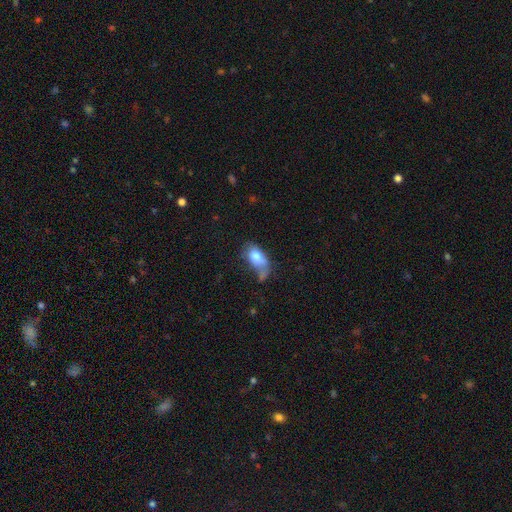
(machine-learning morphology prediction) This is likely a smooth galaxy (72%). How rounded: clearly in between (88%). Merging: marginally major disturbance (33%).